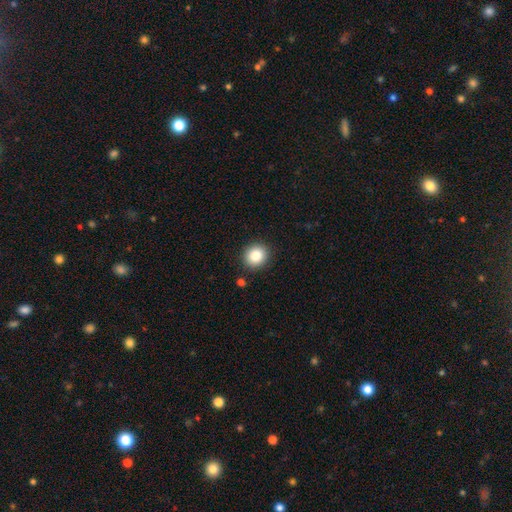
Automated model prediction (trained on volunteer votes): This is clearly a smooth galaxy (85%). How rounded: clearly round (84%). Merging: clearly none (89%).